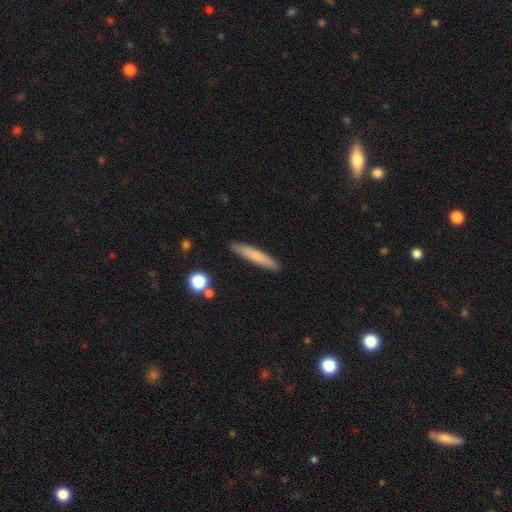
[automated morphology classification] smooth_or_featured: smooth (p=0.73) [alt: featured or disk p=0.21]
how_rounded: cigar-shaped (p=0.92) [alt: in between p=0.06]
merging: none (p=0.89) [alt: minor disturbance p=0.08]